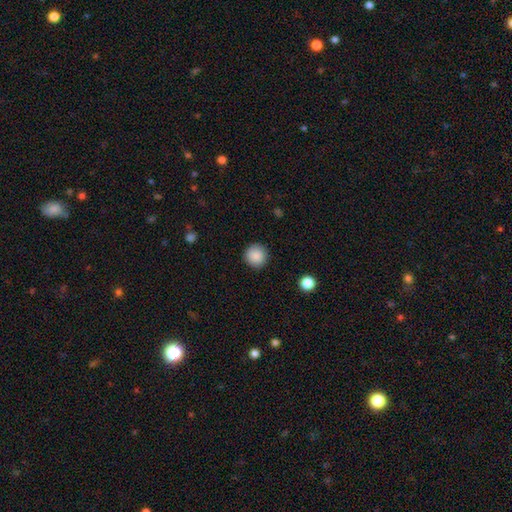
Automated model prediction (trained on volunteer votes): Smooth or featured: smooth — 88% (star or artifact — 8%)
How rounded: round — 95% (in between — 4%)
Merging: none — 90% (minor disturbance — 6%)